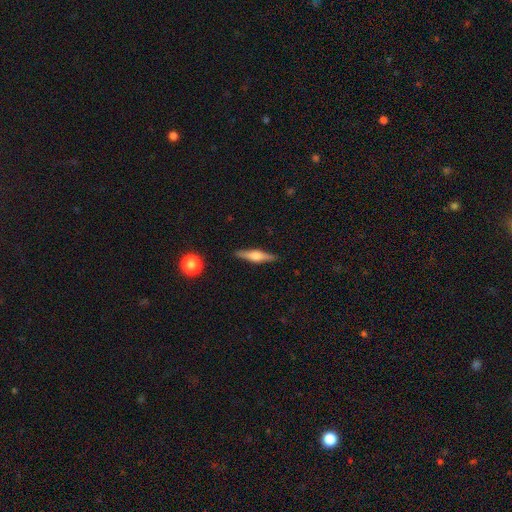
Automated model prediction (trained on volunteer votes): Smooth or featured? Predicted: featured or disk (p=0.62). Edge-on disk? Predicted: yes (p=0.97). Edge-on bulge? Predicted: rounded (p=0.82). Merging? Predicted: none (p=0.89).